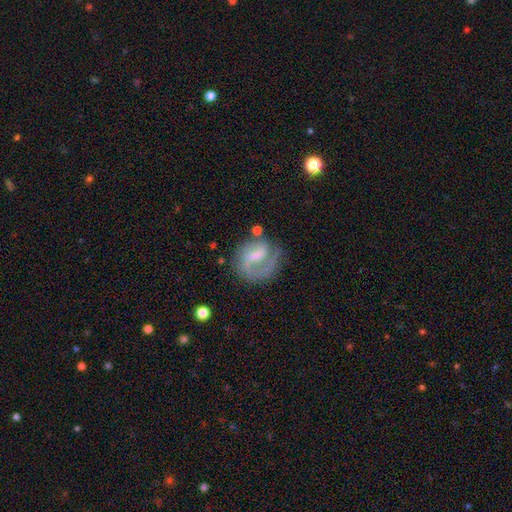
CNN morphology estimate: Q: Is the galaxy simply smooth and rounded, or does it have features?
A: featured or disk — 61%.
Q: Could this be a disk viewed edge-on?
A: no — 97%.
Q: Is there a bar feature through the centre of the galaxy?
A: weak — 47%.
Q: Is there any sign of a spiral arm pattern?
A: yes — 70%.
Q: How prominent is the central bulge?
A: none — 32%.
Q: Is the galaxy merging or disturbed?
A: none — 45%.